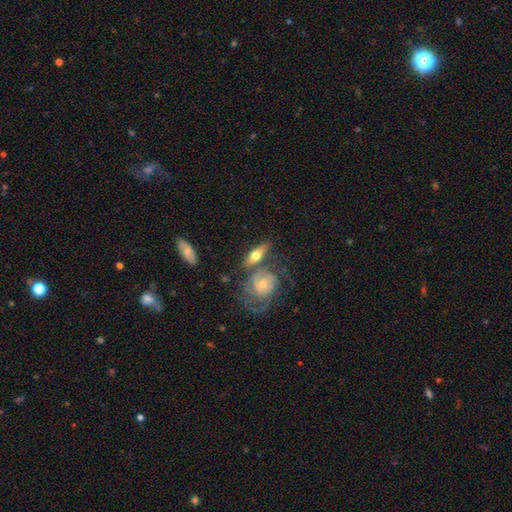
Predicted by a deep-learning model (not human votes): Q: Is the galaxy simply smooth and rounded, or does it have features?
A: featured or disk — 54%.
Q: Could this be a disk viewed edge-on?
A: no — 59%.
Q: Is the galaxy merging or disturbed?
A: none — 51%.